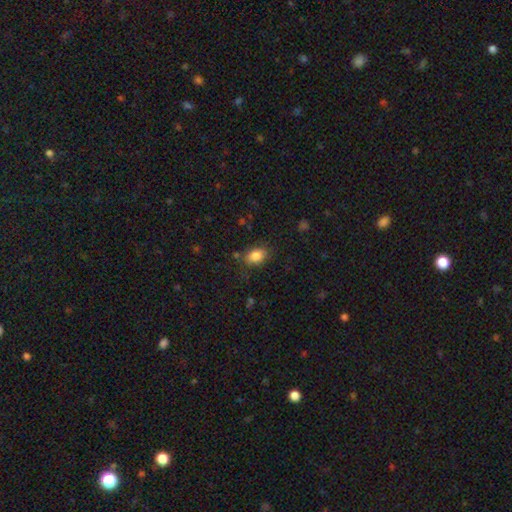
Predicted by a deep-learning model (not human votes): A smooth galaxy with no disk features (85%) that is in between round and cigar-shaped (78%). Merging: none (77%).